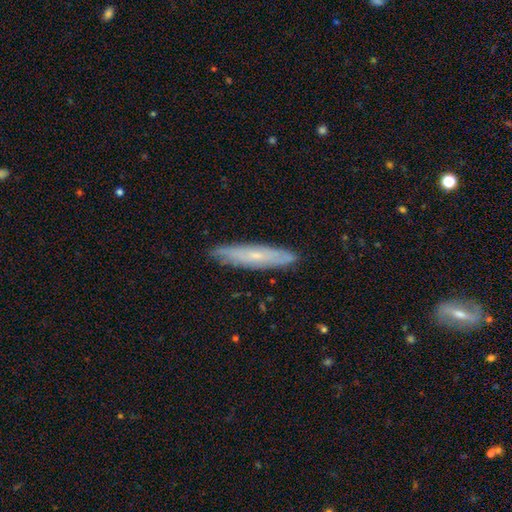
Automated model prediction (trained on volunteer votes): Smooth or featured? featured or disk (51%)
Edge-on disk? yes (63%)
Merging? none (87%)